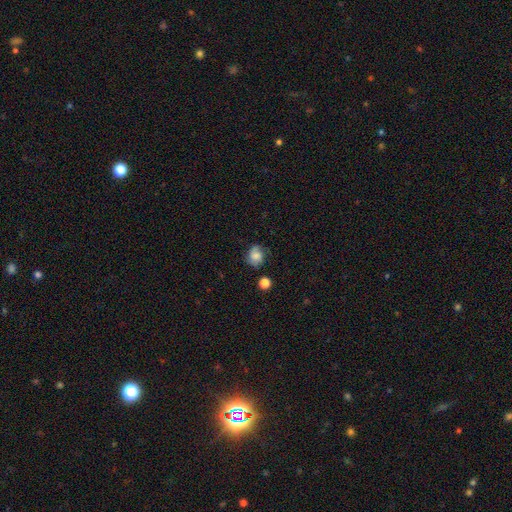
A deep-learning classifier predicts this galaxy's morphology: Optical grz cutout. It shows a smooth galaxy with no disk features (59%) that is round (66%). Merging: none (64%).